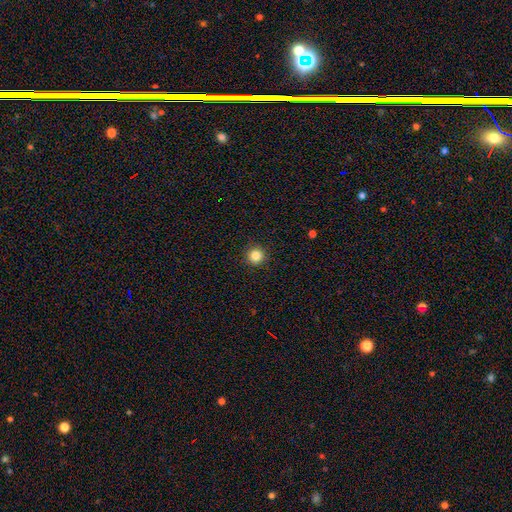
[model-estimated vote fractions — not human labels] smooth_or_featured: smooth (p=0.84) [alt: star or artifact p=0.11]
how_rounded: round (p=0.95) [alt: in between p=0.04]
merging: none (p=0.93) [alt: minor disturbance p=0.05]